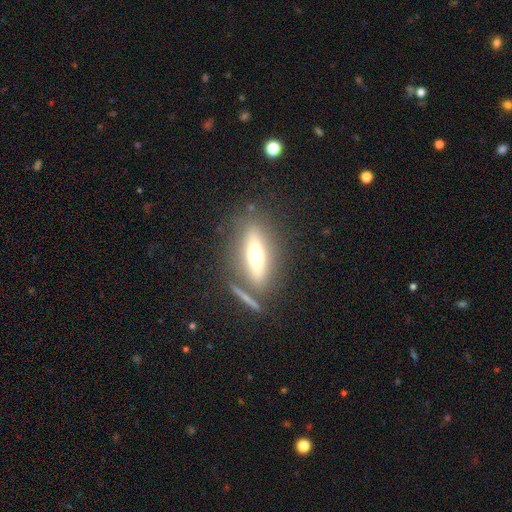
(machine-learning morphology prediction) A smooth galaxy with no disk features (46%). Merging: none (72%).